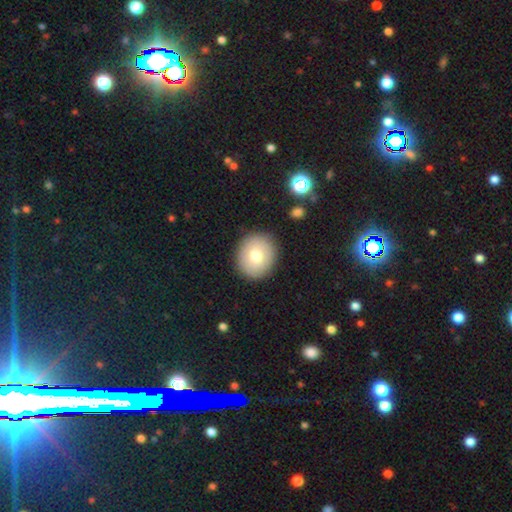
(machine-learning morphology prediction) Overall: smooth (74%). How rounded: round (76%). Merging: none (88%).